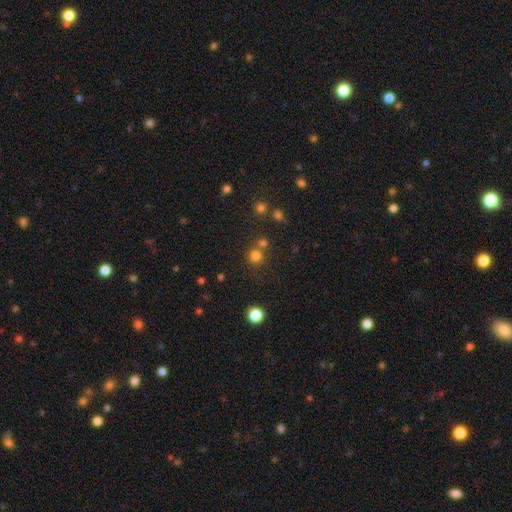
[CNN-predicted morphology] Q: Smooth or featured?
A: smooth (75%); runner-up: star or artifact (19%)
Q: How rounded?
A: round (92%); runner-up: in between (7%)
Q: Merging?
A: none (65%); runner-up: merger (24%)